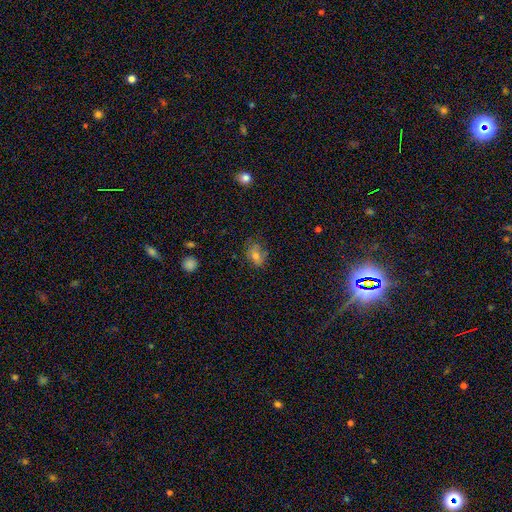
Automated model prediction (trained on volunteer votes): Overall: smooth (58%; star or artifact 22%). How rounded: in between (62%; round 36%). Merging: none (68%).